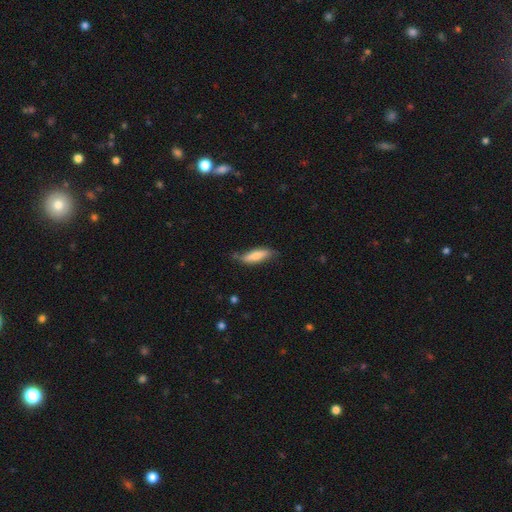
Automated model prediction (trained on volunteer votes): Smooth or featured? Predicted: smooth (p=0.74). How rounded? Predicted: cigar-shaped (p=0.54). Merging? Predicted: none (p=0.62).